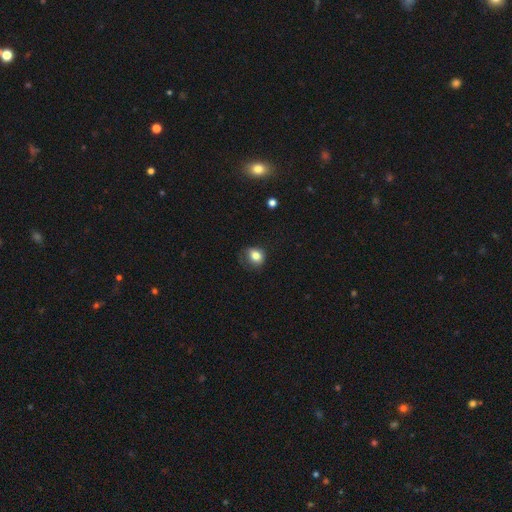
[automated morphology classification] Smooth or featured?
  - smooth: 80% *
  - star or artifact: 10%
  - featured or disk: 10%
How rounded?
  - round: 56% *
  - in between: 43%
  - cigar-shaped: 1%
Merging?
  - none: 55% *
  - minor disturbance: 30%
  - major disturbance: 13%
  - merger: 2%